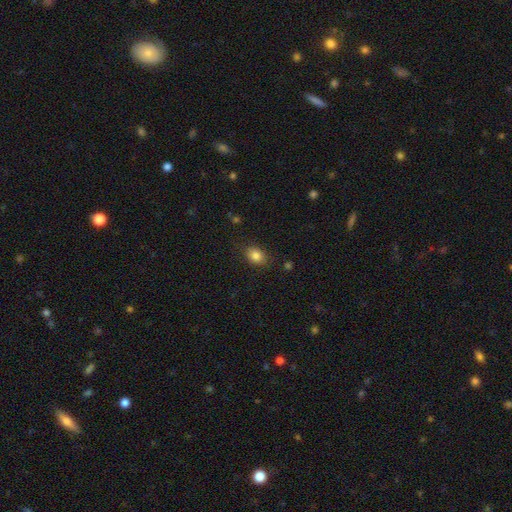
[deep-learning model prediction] Smooth or featured: smooth — 84% (star or artifact — 10%)
How rounded: in between — 67% (round — 32%)
Merging: none — 82% (minor disturbance — 13%)